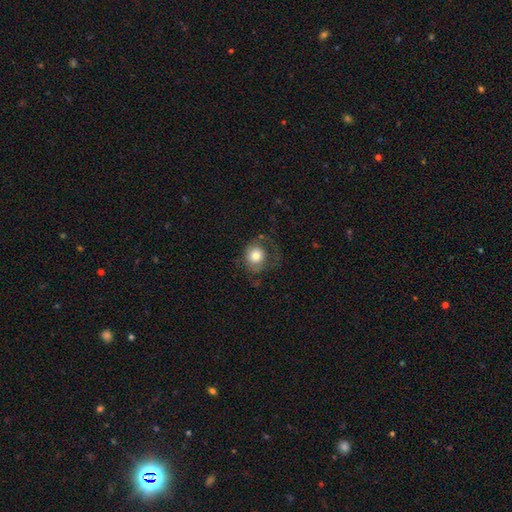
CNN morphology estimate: Smooth or featured: smooth — 73% (featured or disk — 19%)
How rounded: round — 80% (in between — 19%)
Merging: none — 48% (major disturbance — 28%)